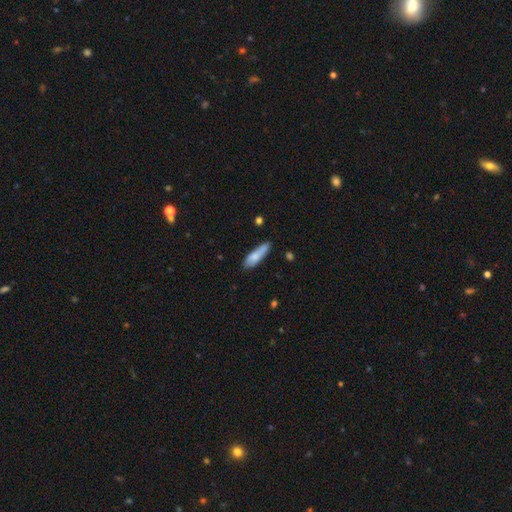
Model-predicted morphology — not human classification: This appears to be a smooth galaxy with no disk features (77%) that is cigar-shaped (61%). Merging: none (61%).